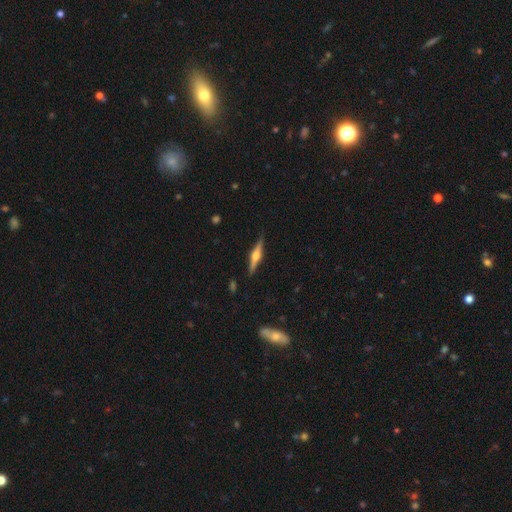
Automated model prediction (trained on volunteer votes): A featured or disk galaxy (75%) viewed edge-on (98%) with a rounded central bulge (91%).

Vote fractions:
- Smooth or featured? featured or disk: 75% / smooth: 19% / star or artifact: 6%
- Edge-on disk? yes: 98% / no: 2%
- Edge-on bulge? rounded: 91% / boxy: 6% / none: 2%
- Merging? none: 89% / minor disturbance: 8% / major disturbance: 2% / merger: 1%